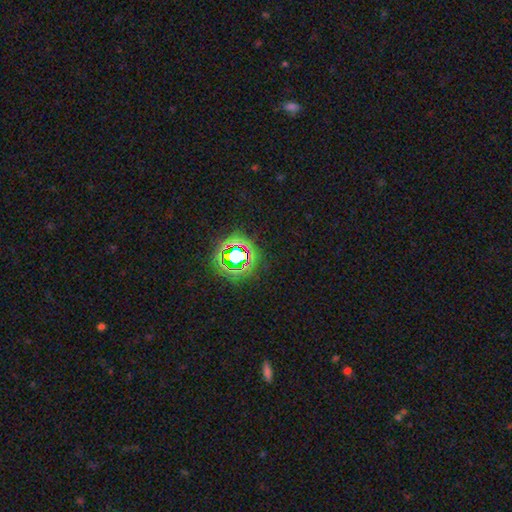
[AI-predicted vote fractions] Overall: star or artifact (75%).